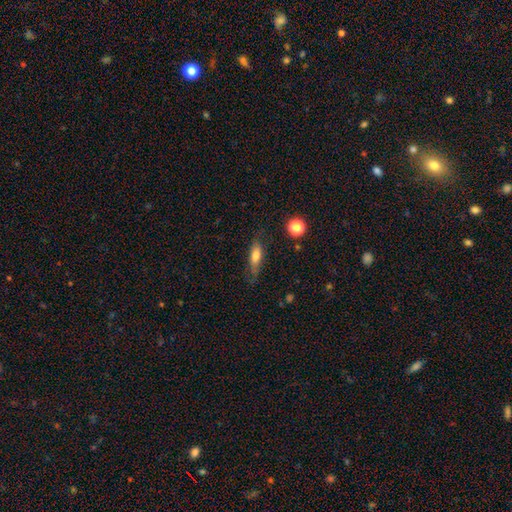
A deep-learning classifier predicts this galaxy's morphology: Smooth or featured? smooth (69%)
How rounded? in between (51%)
Merging? none (66%)